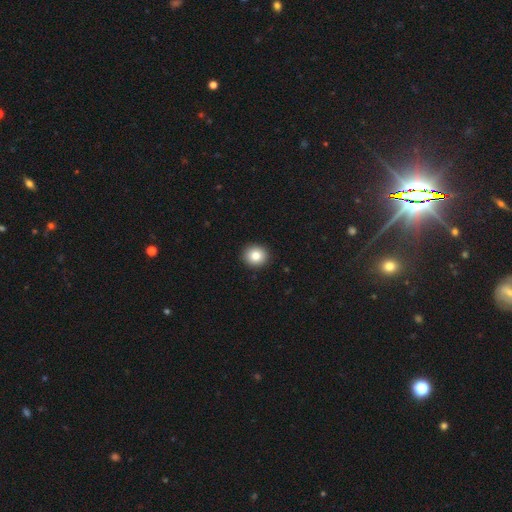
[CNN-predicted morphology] Smooth or featured: smooth — 83% (star or artifact — 10%)
How rounded: round — 85% (in between — 14%)
Merging: none — 93% (minor disturbance — 5%)